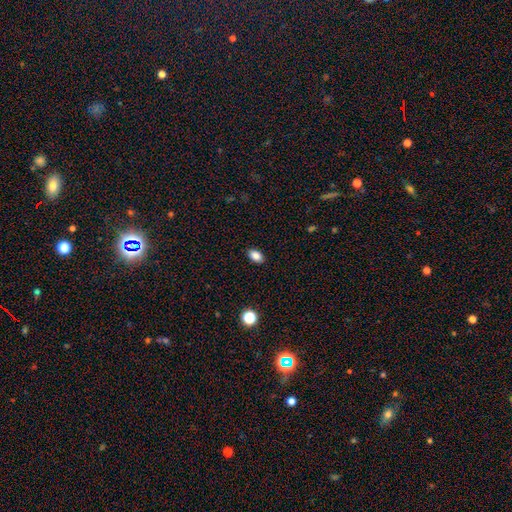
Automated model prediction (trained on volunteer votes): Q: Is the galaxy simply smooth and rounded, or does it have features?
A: smooth — 85%.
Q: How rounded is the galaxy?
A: in between — 88%.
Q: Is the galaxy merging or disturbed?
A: none — 89%.